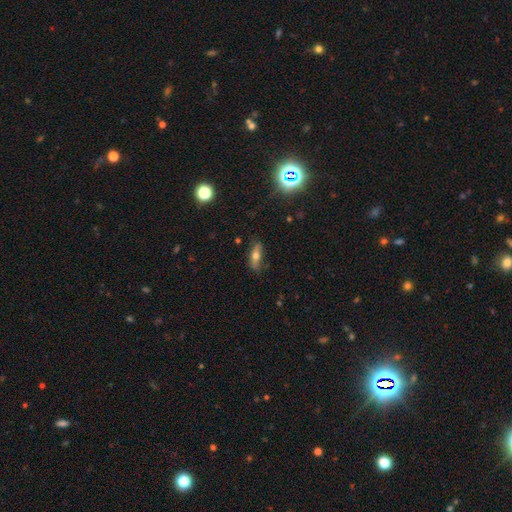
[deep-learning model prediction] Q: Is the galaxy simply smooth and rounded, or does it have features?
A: smooth — 52%.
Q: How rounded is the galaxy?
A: cigar-shaped — 48%, tied with in between.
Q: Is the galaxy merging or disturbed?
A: none — 77%.